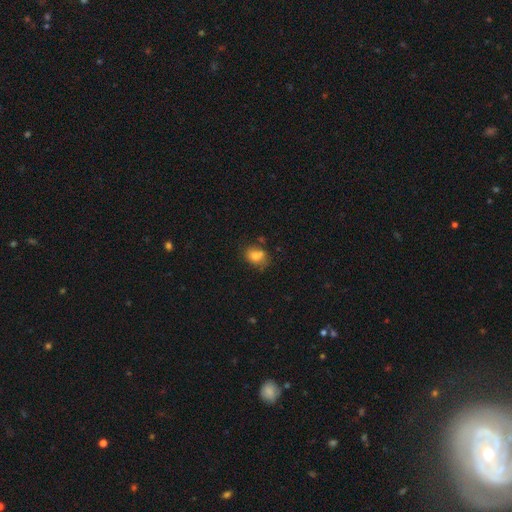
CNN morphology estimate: Smooth or featured: smooth — 75% (featured or disk — 14%)
How rounded: in between — 55% (round — 43%)
Merging: none — 53% (minor disturbance — 23%)